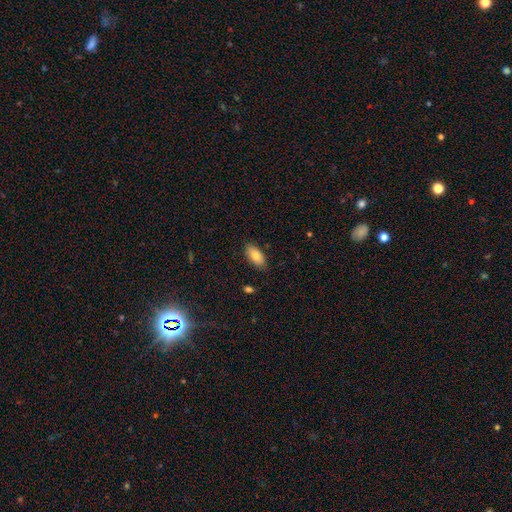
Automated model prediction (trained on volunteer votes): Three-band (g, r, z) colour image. It shows a smooth galaxy with no disk features (81%) that is in between round and cigar-shaped (91%). Merging: none (86%).